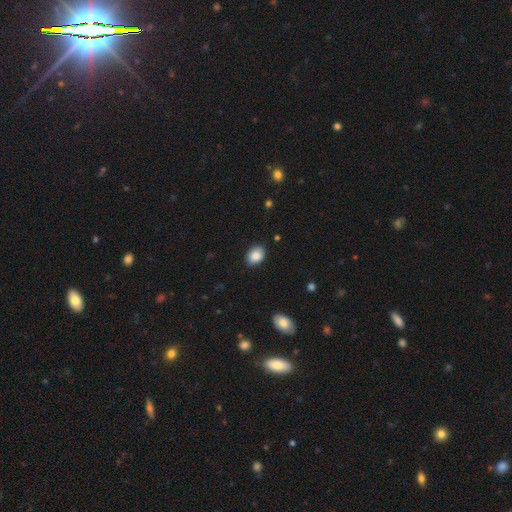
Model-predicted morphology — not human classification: smooth-or-featured: smooth: 88% | star or artifact: 7% | featured or disk: 5%
  how-rounded: in between: 75% | round: 24% | cigar-shaped: 1%
  merging: none: 87% | minor disturbance: 10% | major disturbance: 2% | merger: 1%